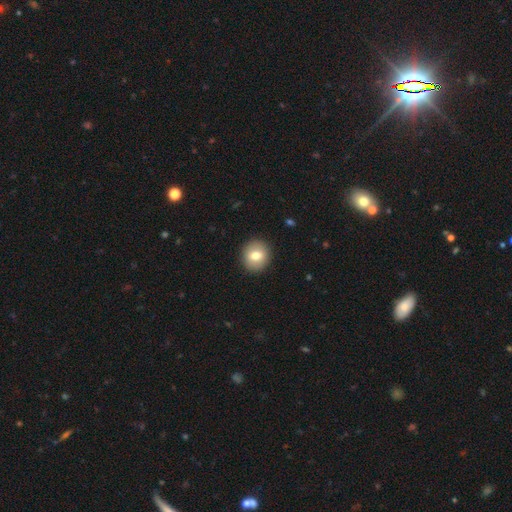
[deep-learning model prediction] Smooth or featured: smooth — 73% (featured or disk — 18%)
How rounded: round — 79% (in between — 20%)
Merging: none — 91% (minor disturbance — 6%)